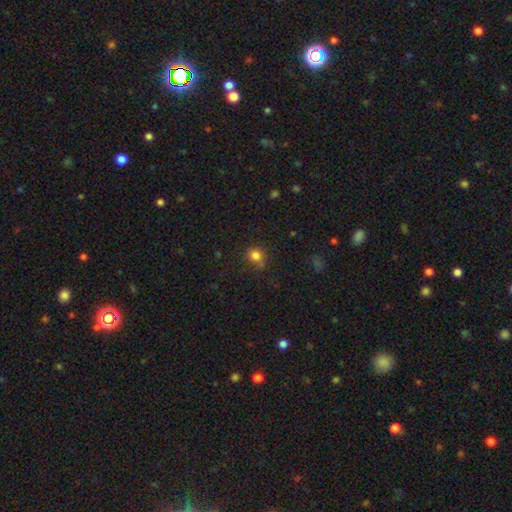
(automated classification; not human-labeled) smooth_or_featured: smooth (p=0.81) [alt: star or artifact p=0.13]
how_rounded: round (p=0.81) [alt: in between p=0.18]
merging: none (p=0.68) [alt: minor disturbance p=0.21]